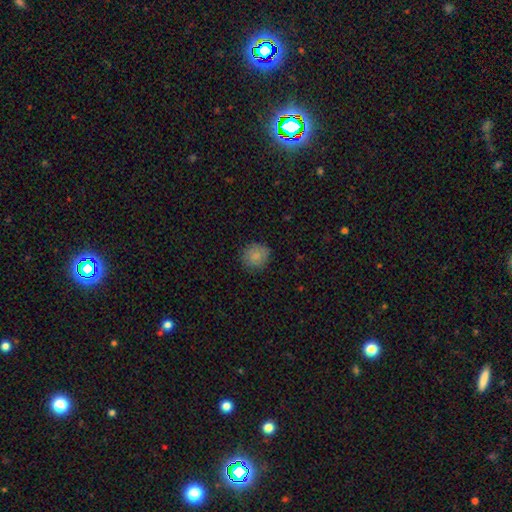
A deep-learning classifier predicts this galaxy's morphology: type=smooth (85%); roundness=round (86%); merging=none (84%).